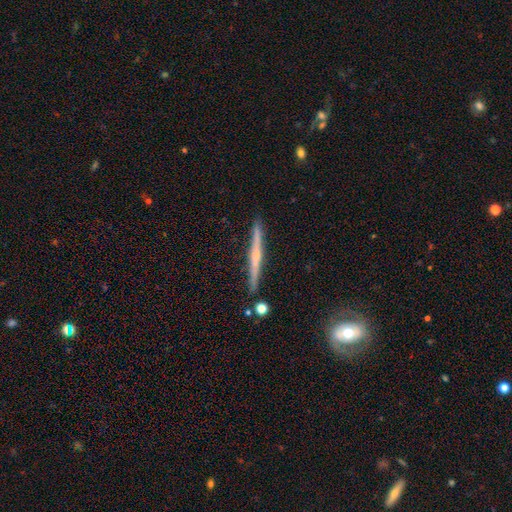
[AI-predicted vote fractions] Overall: featured or disk (72%). Edge-on disk: yes (98%). Edge-on bulge: rounded (61%; none 32%). Merging: none (90%).